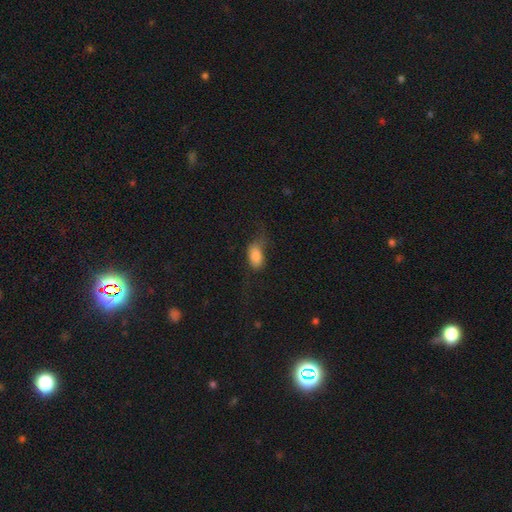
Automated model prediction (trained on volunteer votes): Smooth or featured: smooth — 80% (featured or disk — 11%)
How rounded: in between — 90% (round — 6%)
Merging: none — 39% (major disturbance — 31%)